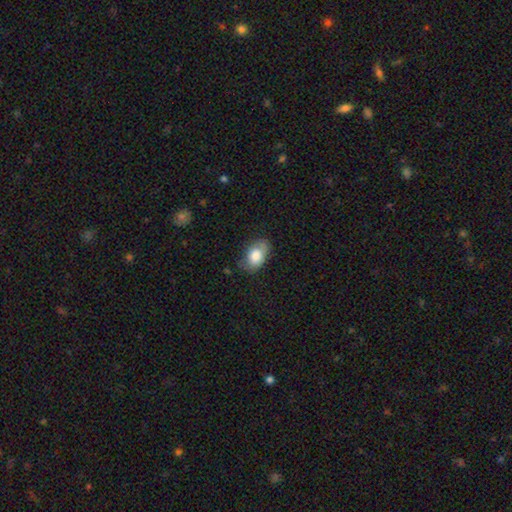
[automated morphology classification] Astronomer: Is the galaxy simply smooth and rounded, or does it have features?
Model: smooth — 79%.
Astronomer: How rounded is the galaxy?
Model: in between — 89%.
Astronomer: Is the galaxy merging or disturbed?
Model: none — 62%.